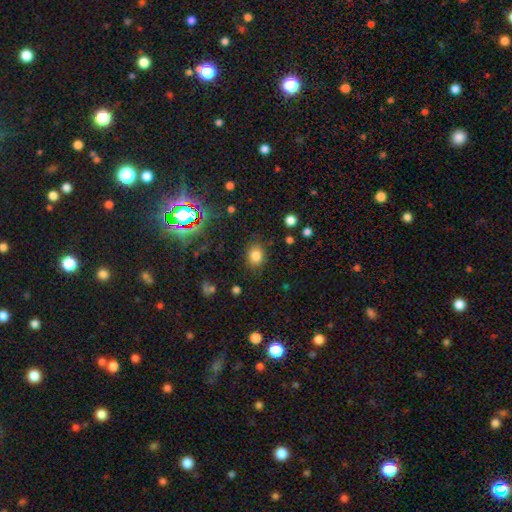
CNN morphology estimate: Smooth or featured: smooth — 80% (star or artifact — 14%)
How rounded: round — 53% (in between — 46%)
Merging: none — 82% (minor disturbance — 12%)